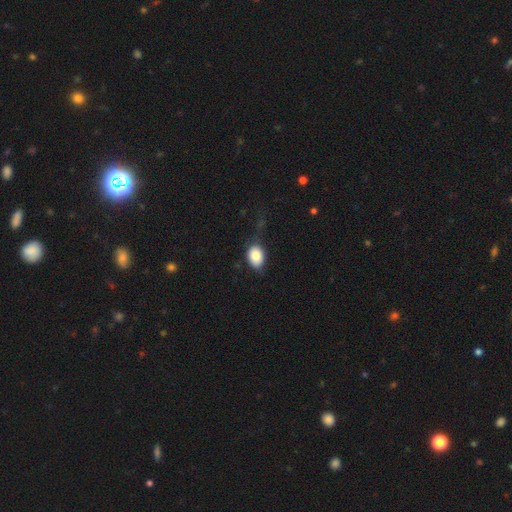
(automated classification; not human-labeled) Smooth or featured?
  - smooth: 84% *
  - featured or disk: 8%
  - star or artifact: 8%
How rounded?
  - in between: 74% *
  - round: 25%
  - cigar-shaped: 1%
Merging?
  - none: 59% *
  - minor disturbance: 28%
  - major disturbance: 11%
  - merger: 2%